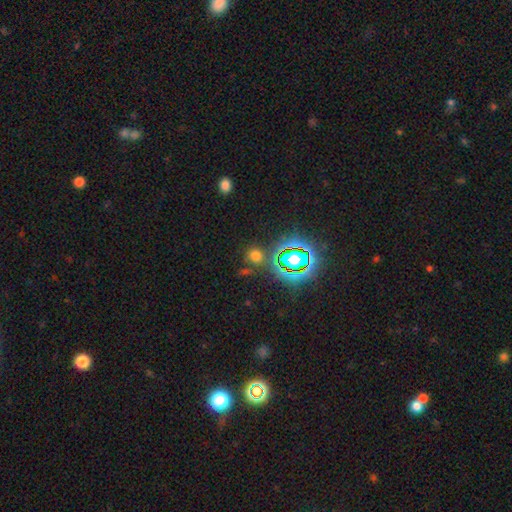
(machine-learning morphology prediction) smooth_or_featured: smooth (p=0.54) [alt: star or artifact p=0.39]
how_rounded: round (p=0.84) [alt: in between p=0.14]
merging: none (p=0.79) [alt: minor disturbance p=0.09]